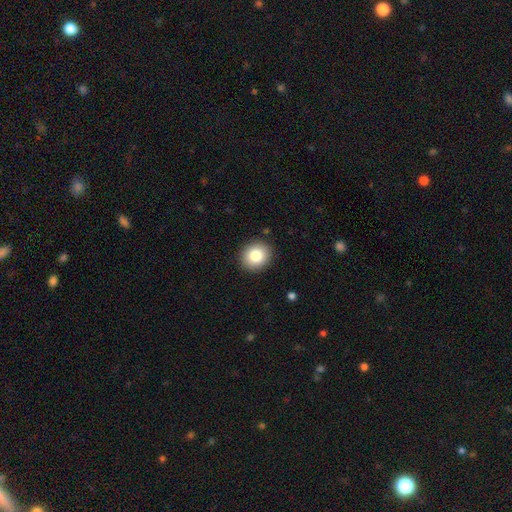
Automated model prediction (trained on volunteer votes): This is clearly a smooth galaxy (83%). How rounded: likely round (78%). Merging: clearly none (91%).